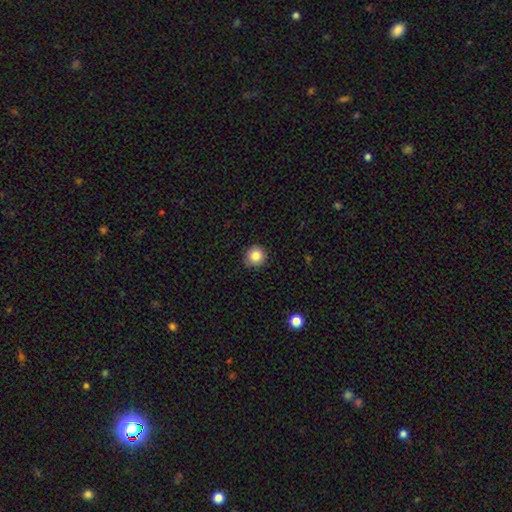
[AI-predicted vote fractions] Q: Smooth or featured?
A: smooth (84%); runner-up: star or artifact (10%)
Q: How rounded?
A: round (92%); runner-up: in between (7%)
Q: Merging?
A: none (87%); runner-up: minor disturbance (10%)